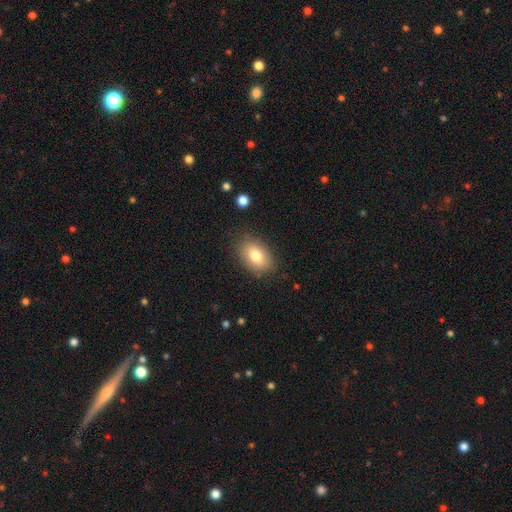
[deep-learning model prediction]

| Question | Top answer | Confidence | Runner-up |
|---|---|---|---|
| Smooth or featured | smooth | 79% | featured or disk (13%) |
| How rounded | in between | 86% | round (12%) |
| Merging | none | 83% | minor disturbance (12%) |